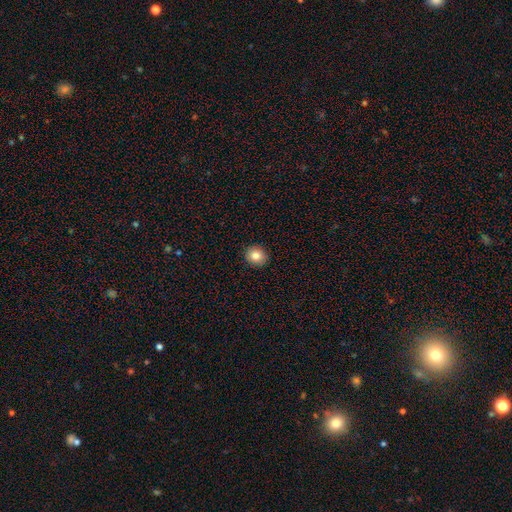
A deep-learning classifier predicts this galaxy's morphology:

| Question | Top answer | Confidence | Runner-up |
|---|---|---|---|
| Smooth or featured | smooth | 84% | star or artifact (9%) |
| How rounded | round | 81% | in between (18%) |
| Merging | none | 91% | minor disturbance (6%) |